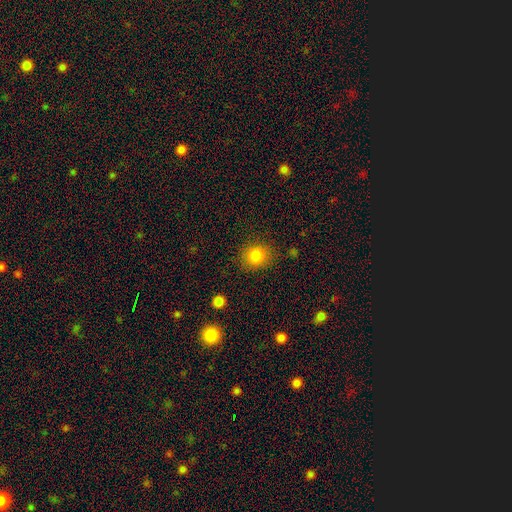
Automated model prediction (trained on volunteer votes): This appears to be a smooth galaxy with no disk features (83%) that is round (73%). Merging: none (85%).